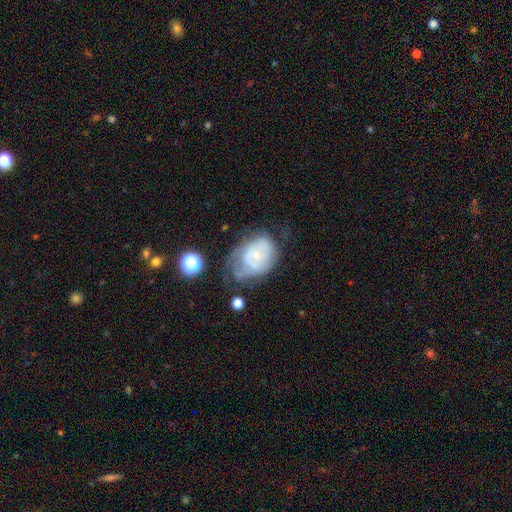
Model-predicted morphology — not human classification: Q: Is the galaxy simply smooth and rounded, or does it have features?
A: featured or disk — 60%.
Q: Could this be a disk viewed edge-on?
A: no — 97%.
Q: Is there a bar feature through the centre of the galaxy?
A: no — 76%.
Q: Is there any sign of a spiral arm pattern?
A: yes — 57%.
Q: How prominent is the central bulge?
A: small — 70%.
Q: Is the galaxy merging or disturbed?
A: none — 36%.